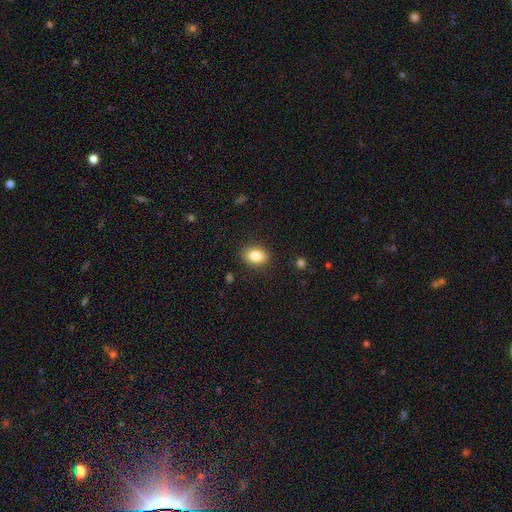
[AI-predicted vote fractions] The model was most divided on "how rounded": in between: 81%, round: 17%, cigar-shaped: 2%. More confident: merging — none (87%); smooth or featured — smooth (85%).